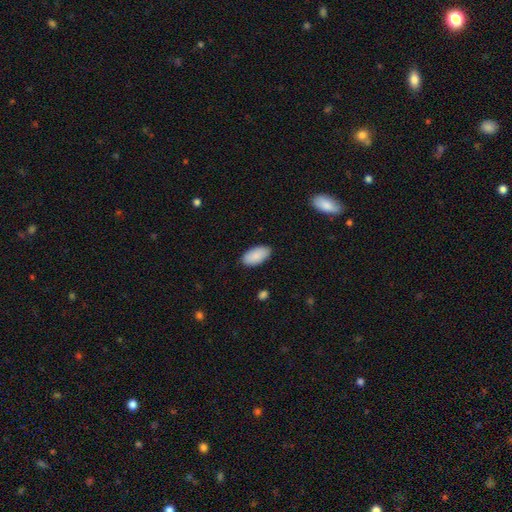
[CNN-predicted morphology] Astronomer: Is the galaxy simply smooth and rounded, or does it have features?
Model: smooth — 90%.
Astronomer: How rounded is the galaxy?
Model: in between — 96%.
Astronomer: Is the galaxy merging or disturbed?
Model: none — 87%.